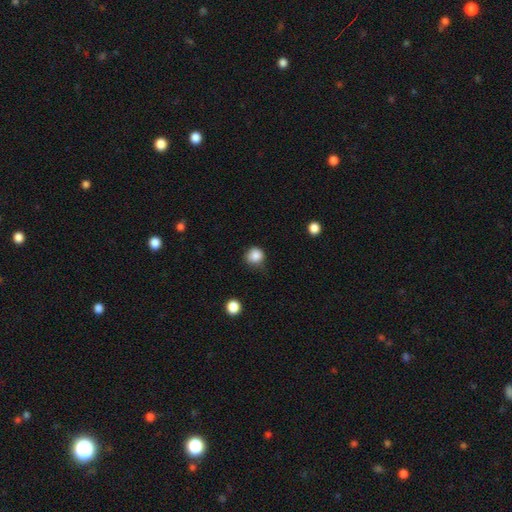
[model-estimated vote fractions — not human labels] smooth 85%, star or artifact 11%, featured or disk 4%. Down the decision tree: how rounded — round (90%); merging — none (67%).